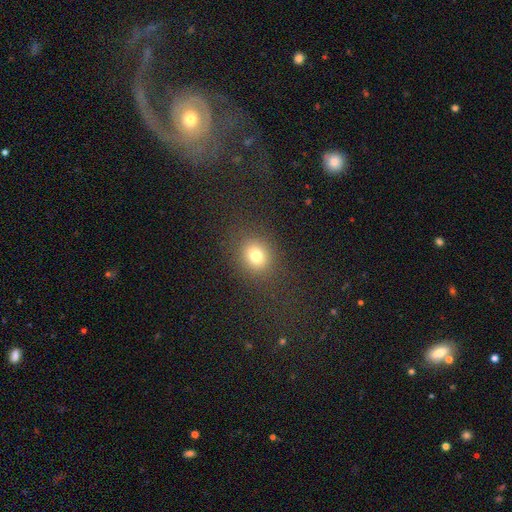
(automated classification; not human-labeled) Overall: smooth (77%). How rounded: round (63%; in between 35%). Merging: none (84%).